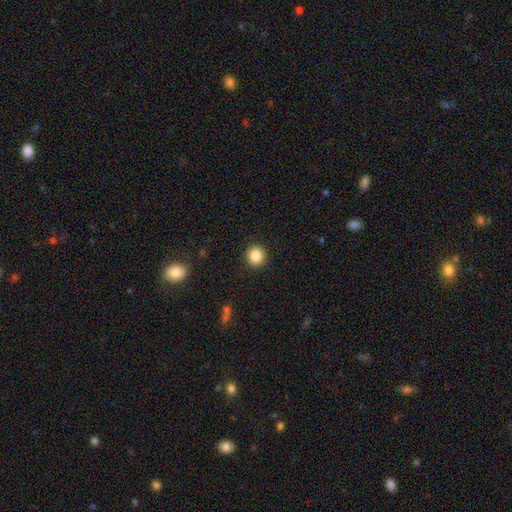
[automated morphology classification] Q: Smooth or featured?
A: smooth (85%); runner-up: star or artifact (10%)
Q: How rounded?
A: round (89%); runner-up: in between (10%)
Q: Merging?
A: none (92%); runner-up: minor disturbance (5%)